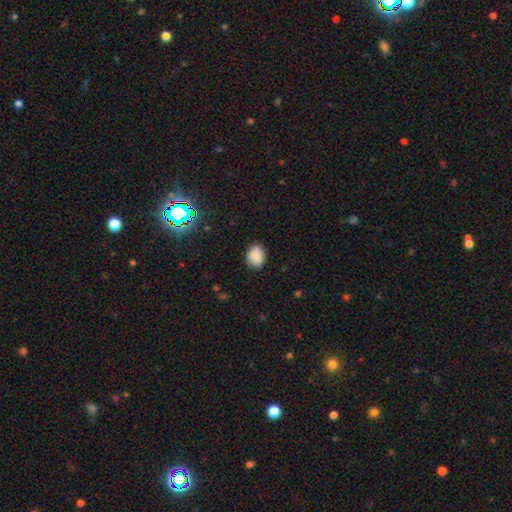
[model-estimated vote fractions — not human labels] smooth_or_featured: smooth (p=0.87) [alt: star or artifact p=0.09]
how_rounded: in between (p=0.56) [alt: round p=0.43]
merging: none (p=0.86) [alt: minor disturbance p=0.10]